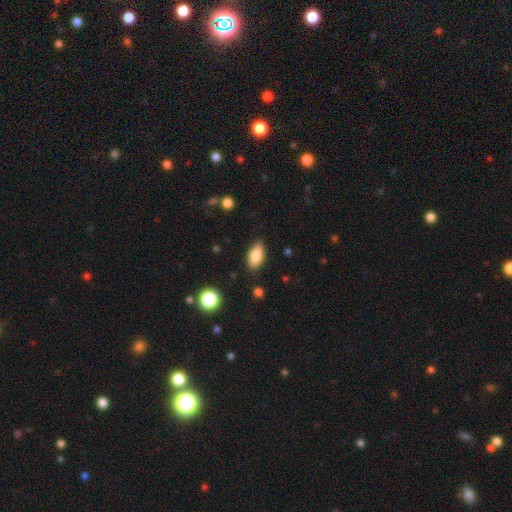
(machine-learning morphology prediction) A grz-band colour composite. It shows a smooth galaxy with no disk features (83%) that is in between round and cigar-shaped (90%). Merging: none (85%).